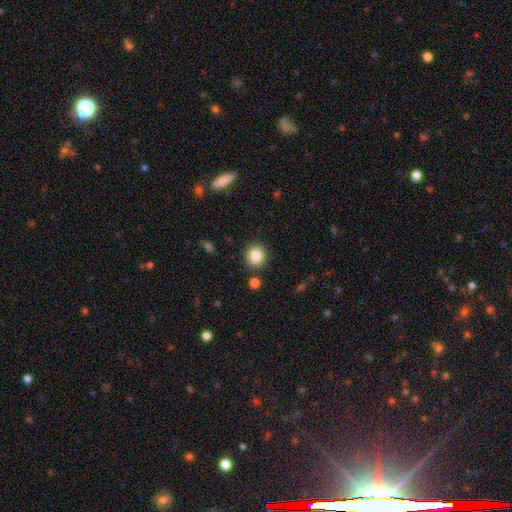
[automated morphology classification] A smooth galaxy with no disk features (84%) that is round (86%).

Vote fractions:
- Smooth or featured? smooth: 84% / star or artifact: 10% / featured or disk: 6%
- How rounded? round: 86% / in between: 13% / cigar-shaped: 1%
- Merging? none: 89% / minor disturbance: 6% / merger: 3% / major disturbance: 2%